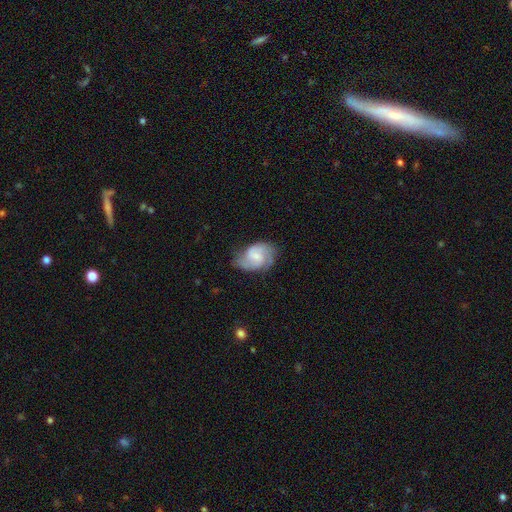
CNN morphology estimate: Q: Smooth or featured?
A: featured or disk (70%); runner-up: smooth (24%)
Q: Edge-on disk?
A: no (97%); runner-up: yes (3%)
Q: Bar?
A: weak (48%); runner-up: no (42%)
Q: Spiral arms?
A: yes (92%); runner-up: no (8%)
Q: Spiral winding?
A: medium (50%); runner-up: tight (25%)
Q: Spiral arm count?
A: 2 (74%); runner-up: can't tell (12%)
Q: Bulge size?
A: small (60%); runner-up: moderate (31%)
Q: Merging?
A: none (63%); runner-up: minor disturbance (26%)